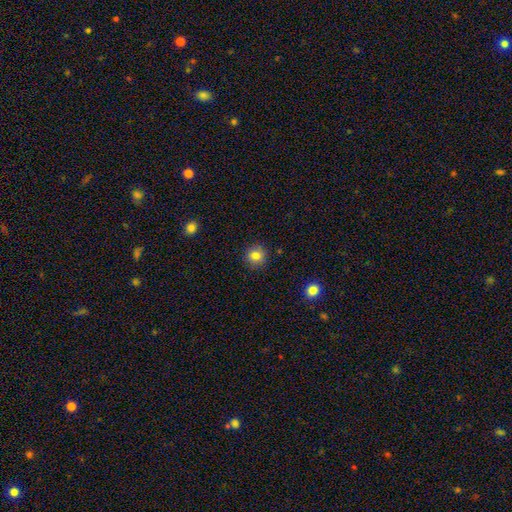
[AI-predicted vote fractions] smooth 82%, star or artifact 10%, featured or disk 7%. Down the decision tree: how rounded — round (91%); merging — none (89%).